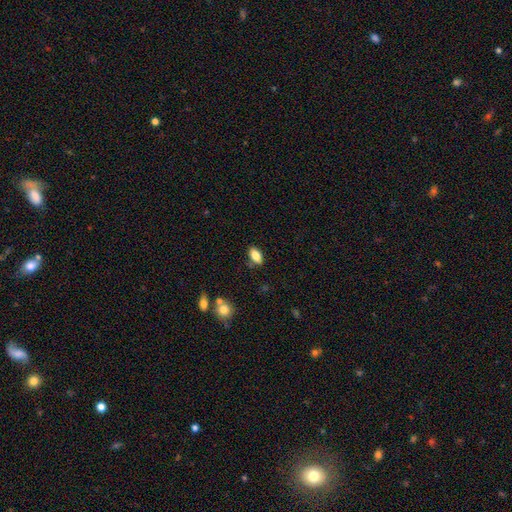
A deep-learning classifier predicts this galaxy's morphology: Overall: smooth (81%). How rounded: in between (88%). Merging: none (83%).